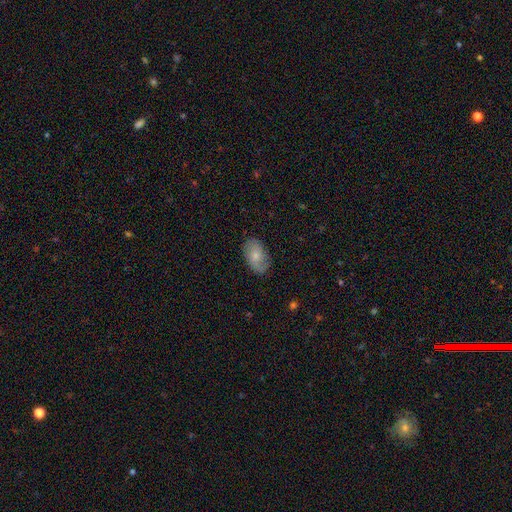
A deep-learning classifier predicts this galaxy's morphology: Smooth or featured? Predicted: smooth (p=0.61). How rounded? Predicted: in between (p=0.91). Merging? Predicted: none (p=0.78).